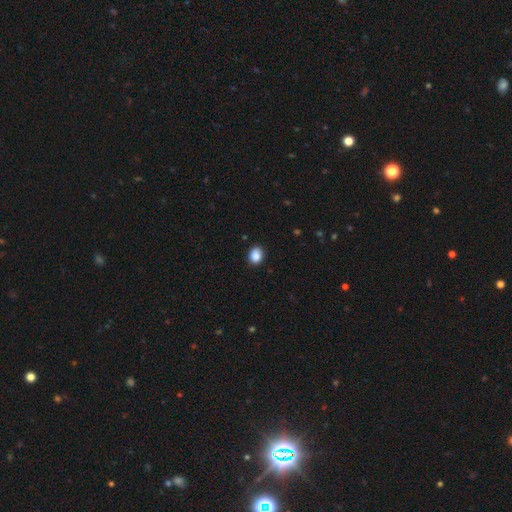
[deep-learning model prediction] A smooth galaxy with no disk features (88%) that is in between round and cigar-shaped (53%). Merging: none (87%).